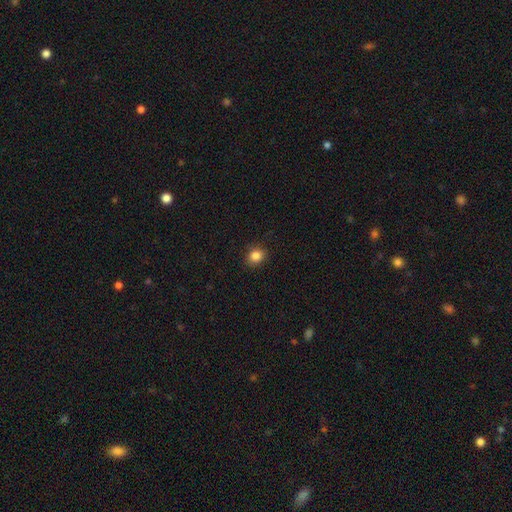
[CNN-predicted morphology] A smooth galaxy with no disk features (85%) that is round (68%).

Vote fractions:
- Smooth or featured? smooth: 85% / star or artifact: 11% / featured or disk: 4%
- How rounded? round: 68% / in between: 31% / cigar-shaped: 1%
- Merging? none: 88% / minor disturbance: 9% / major disturbance: 2% / merger: 1%